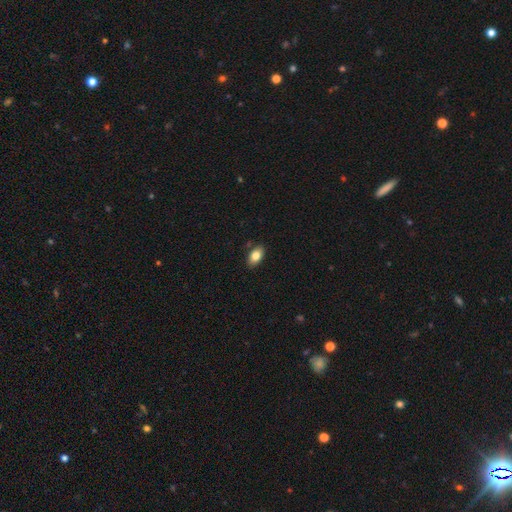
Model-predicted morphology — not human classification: smooth_or_featured: smooth (p=0.82) [alt: featured or disk p=0.10]
how_rounded: in between (p=0.91) [alt: round p=0.06]
merging: none (p=0.86) [alt: minor disturbance p=0.10]